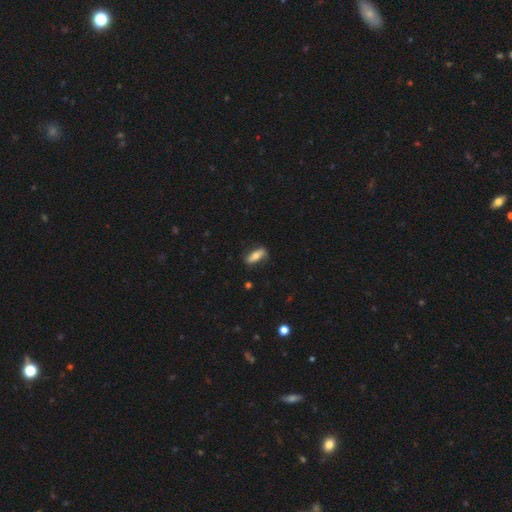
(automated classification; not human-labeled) Morphology: type=smooth (61%); roundness=in between (61%); merging=none (77%).